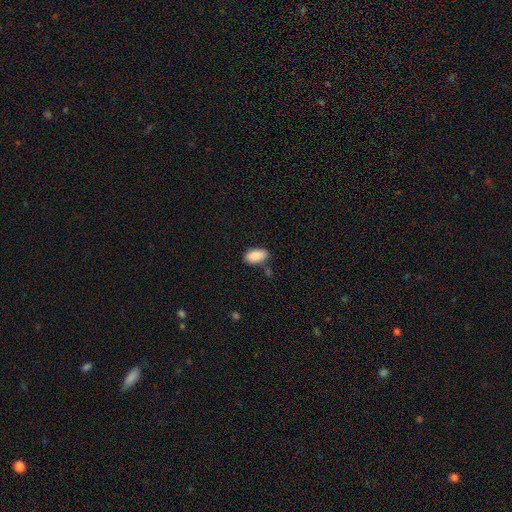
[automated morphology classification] Smooth or featured?
  - smooth: 88% *
  - star or artifact: 6%
  - featured or disk: 5%
How rounded?
  - in between: 94% *
  - round: 3%
  - cigar-shaped: 3%
Merging?
  - none: 77% *
  - minor disturbance: 15%
  - merger: 5%
  - major disturbance: 3%